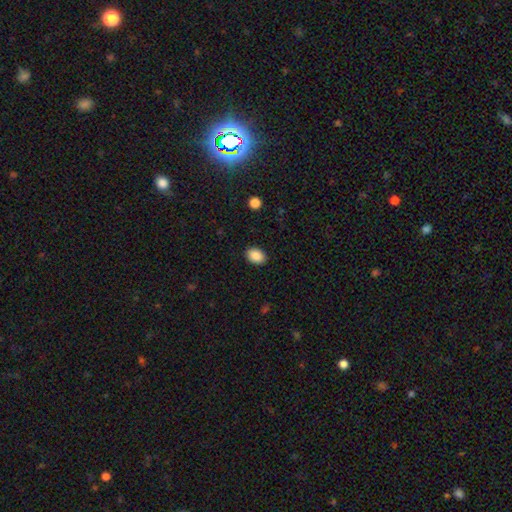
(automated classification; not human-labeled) Q: Smooth or featured?
A: smooth (88%); runner-up: star or artifact (8%)
Q: How rounded?
A: in between (76%); runner-up: round (23%)
Q: Merging?
A: none (90%); runner-up: minor disturbance (7%)